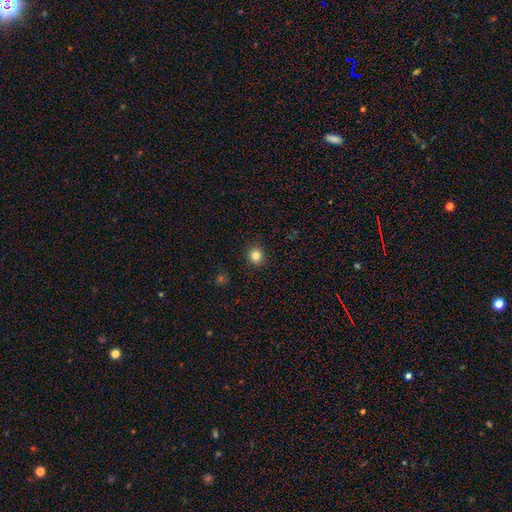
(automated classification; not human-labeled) smooth-or-featured: smooth: 83% | star or artifact: 12% | featured or disk: 5%
  how-rounded: round: 86% | in between: 13% | cigar-shaped: 1%
  merging: none: 91% | minor disturbance: 6% | major disturbance: 2% | merger: 1%